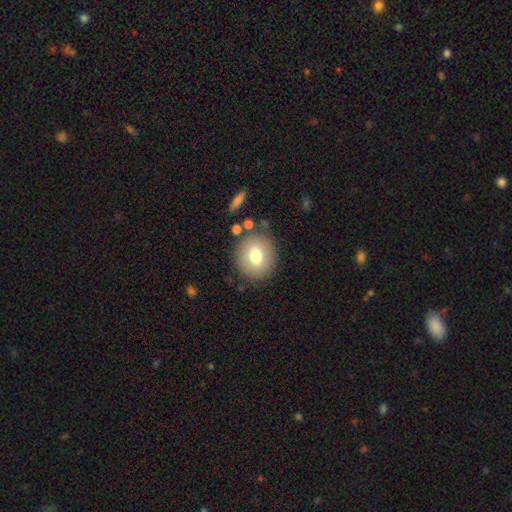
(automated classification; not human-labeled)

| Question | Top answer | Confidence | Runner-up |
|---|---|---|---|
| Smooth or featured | smooth | 70% | featured or disk (21%) |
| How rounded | round | 77% | in between (22%) |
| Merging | none | 82% | minor disturbance (10%) |